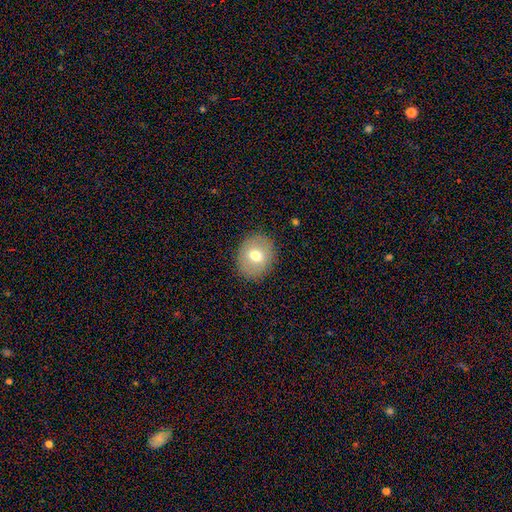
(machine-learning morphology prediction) Smooth or featured? smooth (69%)
How rounded? round (63%)
Merging? none (88%)